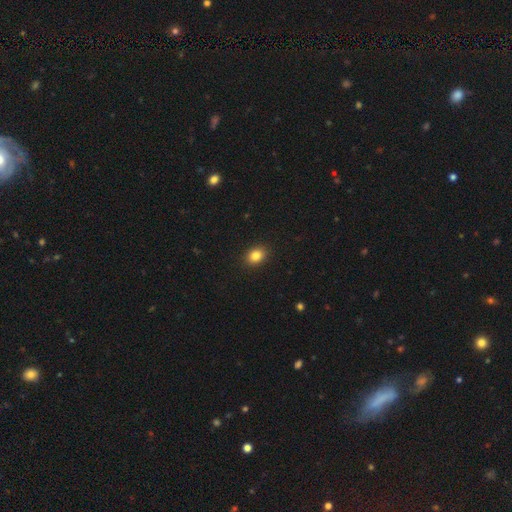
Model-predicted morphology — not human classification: This is clearly a smooth galaxy (85%). How rounded: likely in between (64%). Merging: clearly none (90%).